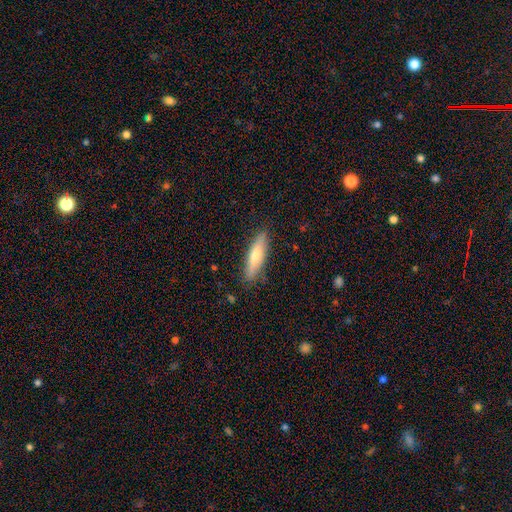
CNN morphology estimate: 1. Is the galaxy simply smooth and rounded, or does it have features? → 60% smooth, 34% featured or disk, 6% star or artifact.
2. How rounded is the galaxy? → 76% cigar-shaped, 23% in between, 2% round.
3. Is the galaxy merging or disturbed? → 87% none, 10% minor disturbance, 2% major disturbance, 1% merger.